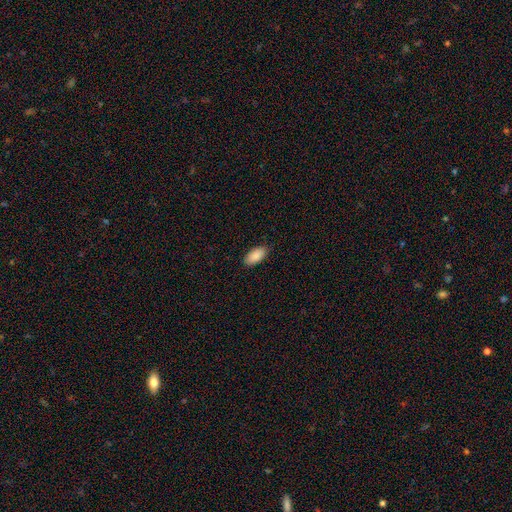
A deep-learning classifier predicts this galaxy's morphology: Q: Smooth or featured?
A: smooth (89%); runner-up: star or artifact (6%)
Q: How rounded?
A: in between (94%); runner-up: cigar-shaped (4%)
Q: Merging?
A: none (86%); runner-up: minor disturbance (11%)